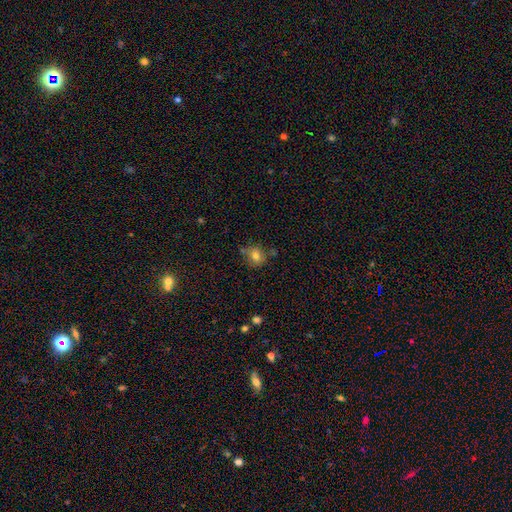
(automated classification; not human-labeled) Overall: smooth (78%). How rounded: round (77%). Merging: none (69%).